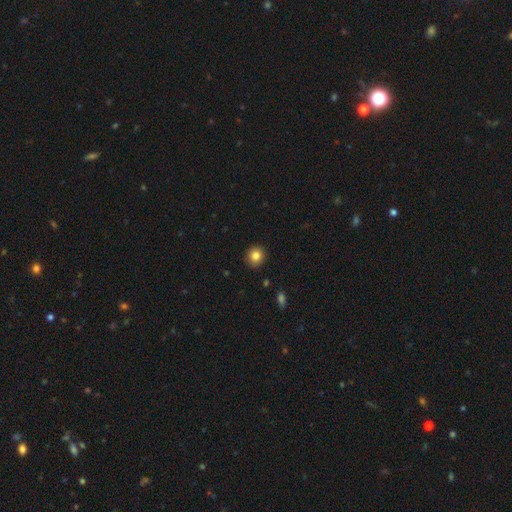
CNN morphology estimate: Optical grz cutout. It shows a smooth galaxy with no disk features (84%) that is round (87%). Merging: none (91%).